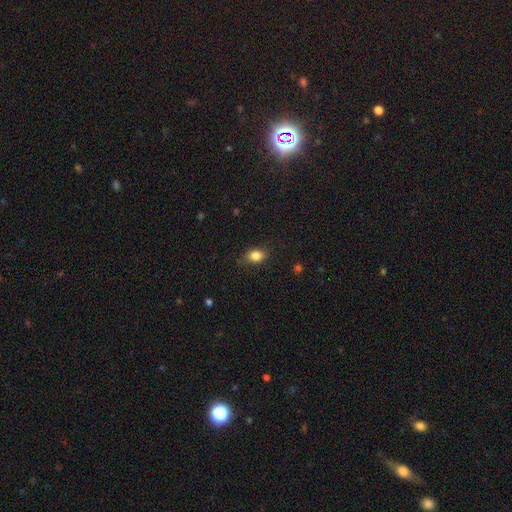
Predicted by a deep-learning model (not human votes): Smooth or featured? smooth (84%)
How rounded? in between (63%)
Merging? none (78%)